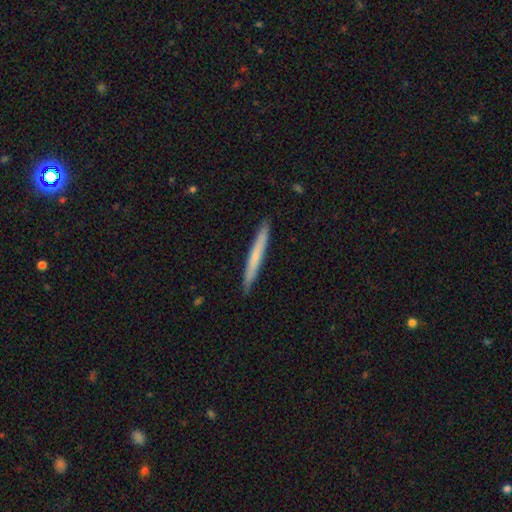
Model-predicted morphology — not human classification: Smooth or featured? smooth (64%)
How rounded? cigar-shaped (97%)
Merging? none (92%)